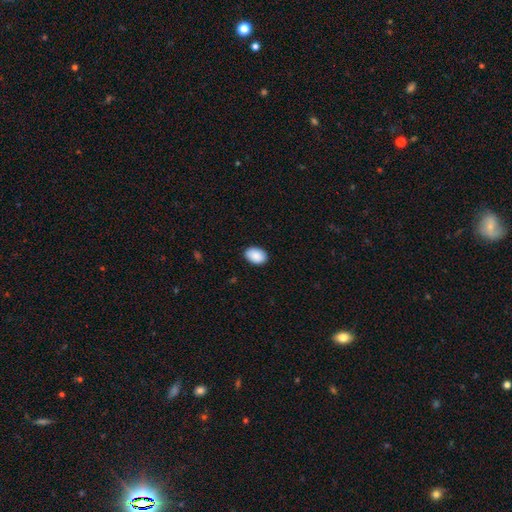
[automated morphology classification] A smooth galaxy with no disk features (90%) that is in between round and cigar-shaped (85%).

Vote fractions:
- Smooth or featured? smooth: 90% / star or artifact: 7% / featured or disk: 3%
- How rounded? in between: 85% / round: 14% / cigar-shaped: 1%
- Merging? none: 89% / minor disturbance: 8% / major disturbance: 2% / merger: 1%